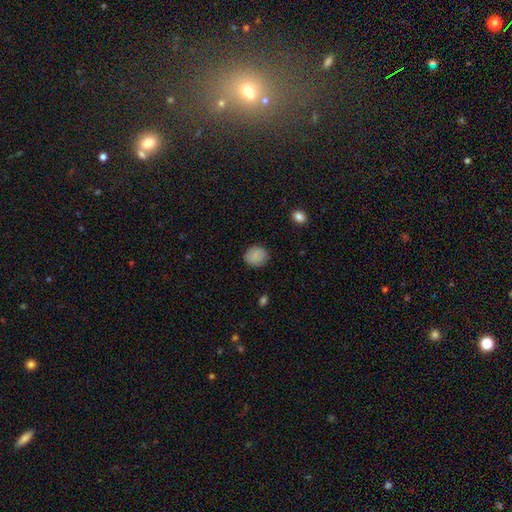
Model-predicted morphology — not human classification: Smooth or featured? Predicted: smooth (p=0.87). How rounded? Predicted: round (p=0.77). Merging? Predicted: none (p=0.86).